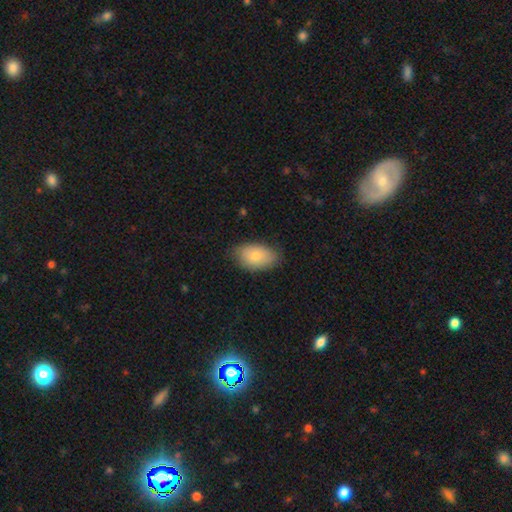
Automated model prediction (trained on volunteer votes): This is clearly a smooth galaxy (82%). How rounded: clearly in between (92%). Merging: likely none (80%).